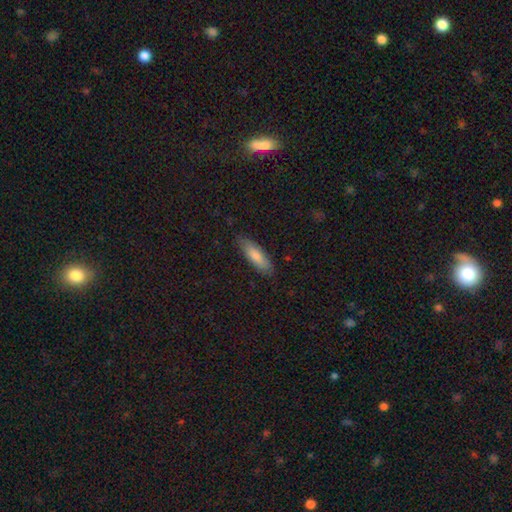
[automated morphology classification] Q: Smooth or featured?
A: smooth (78%); runner-up: featured or disk (16%)
Q: How rounded?
A: cigar-shaped (56%); runner-up: in between (42%)
Q: Merging?
A: none (86%); runner-up: minor disturbance (11%)